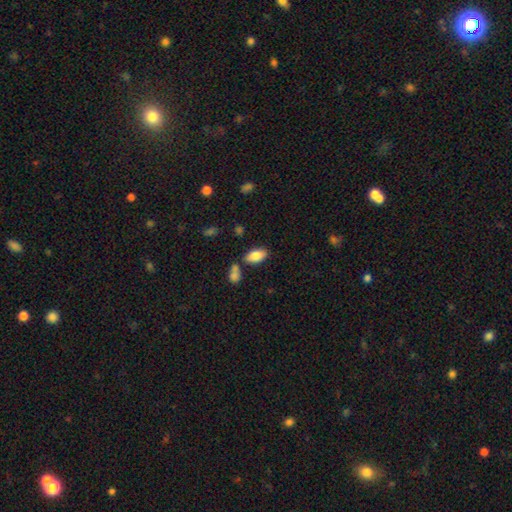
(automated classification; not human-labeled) smooth 84%, featured or disk 9%, star or artifact 7%. Down the decision tree: how rounded — in between (93%); merging — none (72%).